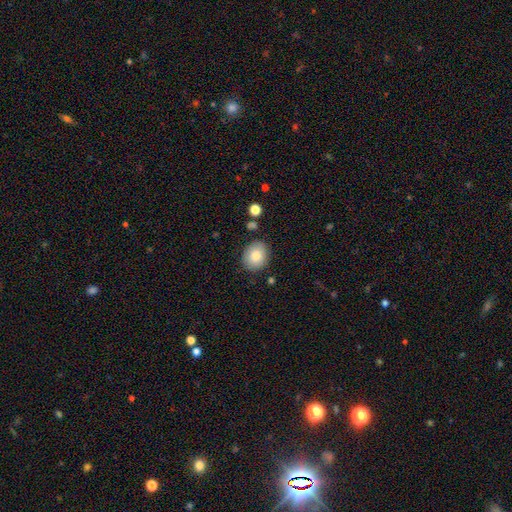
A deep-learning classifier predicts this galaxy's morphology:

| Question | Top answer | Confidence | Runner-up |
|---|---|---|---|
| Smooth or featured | smooth | 82% | featured or disk (10%) |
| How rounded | round | 57% | in between (43%) |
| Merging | none | 84% | minor disturbance (11%) |